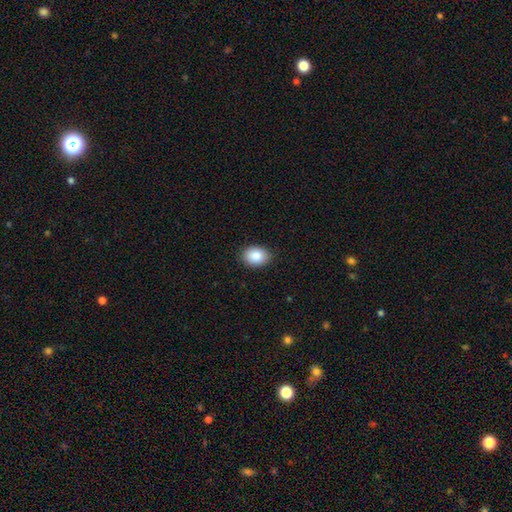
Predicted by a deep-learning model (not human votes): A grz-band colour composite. It shows a smooth galaxy with no disk features (87%) that is in between round and cigar-shaped (73%). Merging: none (88%).